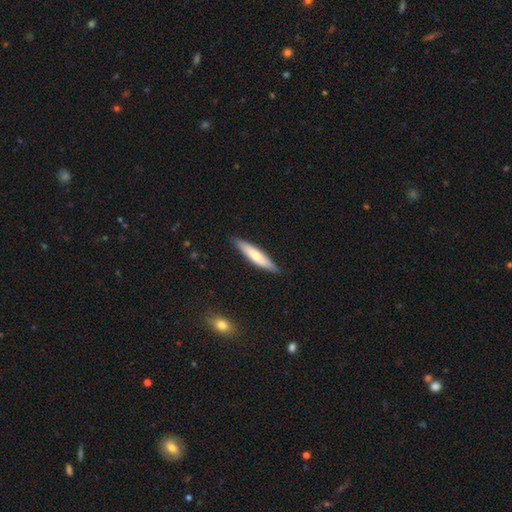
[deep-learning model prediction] smooth 63%, featured or disk 31%, star or artifact 5%. Down the decision tree: how rounded — cigar-shaped (84%); merging — none (88%).